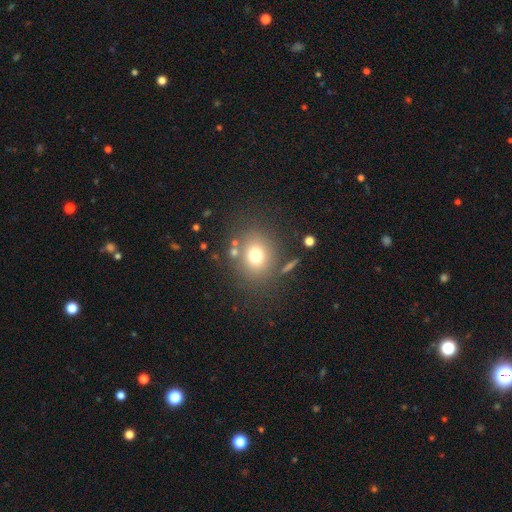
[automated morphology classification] Smooth or featured? smooth (73%)
How rounded? round (73%)
Merging? none (77%)